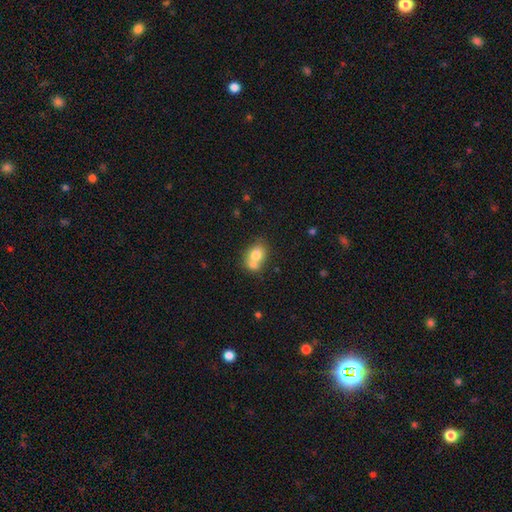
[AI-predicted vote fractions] Morphology: type=smooth (74%); roundness=in between (58%); merging=merger (55%).